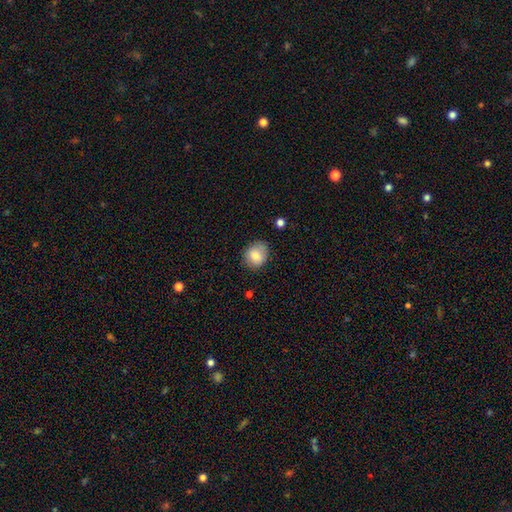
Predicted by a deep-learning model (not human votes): The model was most divided on "how rounded": round: 62%, in between: 37%, cigar-shaped: 1%. More confident: smooth or featured — smooth (81%); merging — none (77%).